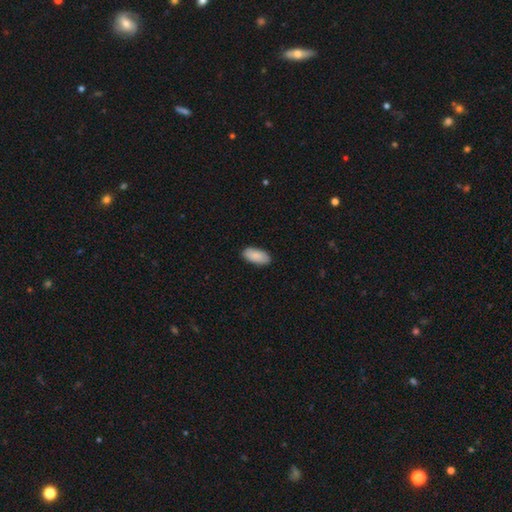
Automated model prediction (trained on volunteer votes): smooth-or-featured: smooth: 90% | star or artifact: 6% | featured or disk: 5%
  how-rounded: in between: 93% | cigar-shaped: 5% | round: 2%
  merging: none: 89% | minor disturbance: 8% | major disturbance: 2% | merger: 1%